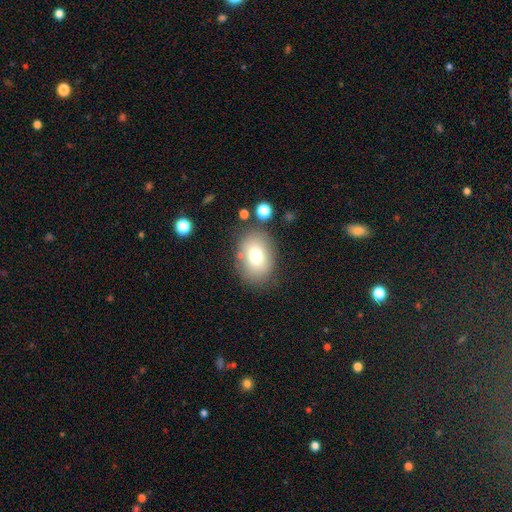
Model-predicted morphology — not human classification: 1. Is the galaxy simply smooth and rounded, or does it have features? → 76% smooth, 14% featured or disk, 10% star or artifact.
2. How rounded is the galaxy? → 67% in between, 32% round, 1% cigar-shaped.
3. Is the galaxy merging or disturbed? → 78% none, 13% minor disturbance, 5% major disturbance, 4% merger.